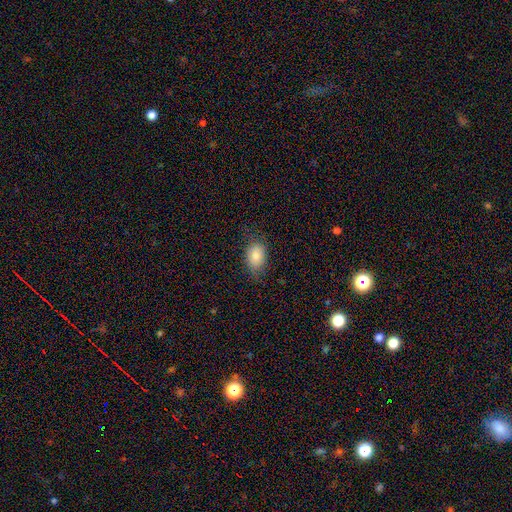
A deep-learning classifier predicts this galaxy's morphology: smooth-or-featured: smooth: 81% | featured or disk: 11% | star or artifact: 8%
  how-rounded: in between: 82% | round: 17% | cigar-shaped: 1%
  merging: none: 70% | minor disturbance: 22% | major disturbance: 6% | merger: 1%